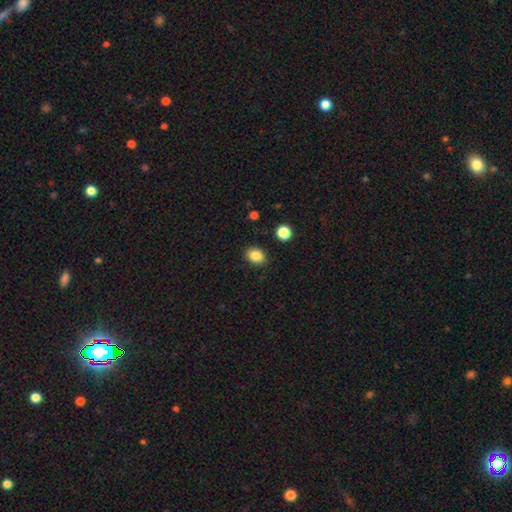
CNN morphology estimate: smooth_or_featured: smooth (p=0.85) [alt: star or artifact p=0.10]
how_rounded: in between (p=0.56) [alt: round p=0.43]
merging: none (p=0.88) [alt: minor disturbance p=0.08]